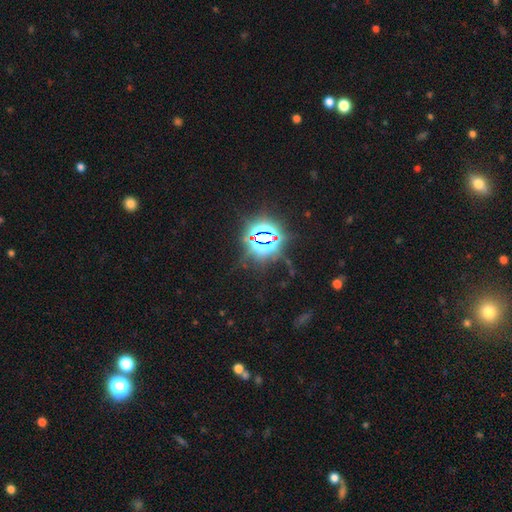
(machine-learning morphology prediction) This appears to be a star or artifact, not a galaxy (82%).